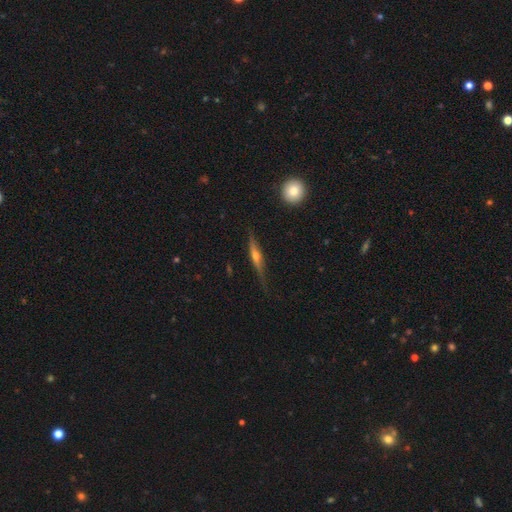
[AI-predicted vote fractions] This appears to be a featured or disk galaxy (69%) viewed edge-on (95%) with a rounded central bulge (89%). Merging: none (78%).